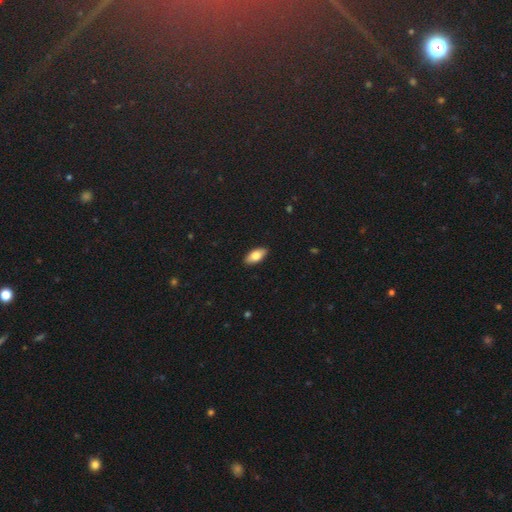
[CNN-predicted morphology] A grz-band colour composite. It shows a smooth galaxy with no disk features (75%) that is in between round and cigar-shaped (89%). Merging: none (90%).